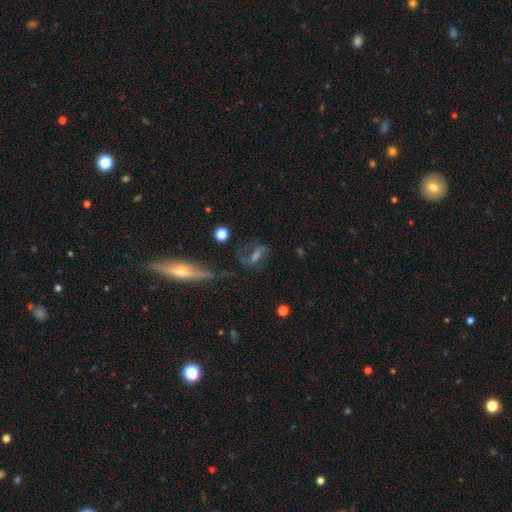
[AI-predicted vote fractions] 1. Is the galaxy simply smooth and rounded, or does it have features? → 69% featured or disk, 17% smooth, 14% star or artifact.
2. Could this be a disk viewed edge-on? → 84% no, 16% yes.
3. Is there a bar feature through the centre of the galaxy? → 41% weak, 34% strong, 25% no.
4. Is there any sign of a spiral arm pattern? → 82% yes, 18% no.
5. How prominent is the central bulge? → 37% moderate, 34% small, 20% none, 7% large, 2% dominant.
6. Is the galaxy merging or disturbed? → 58% none, 18% major disturbance, 18% minor disturbance, 6% merger.